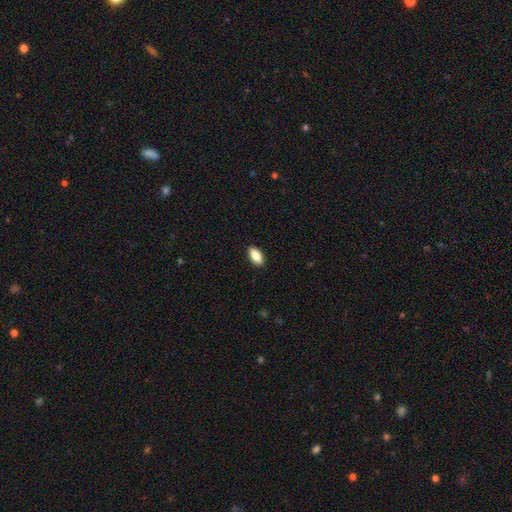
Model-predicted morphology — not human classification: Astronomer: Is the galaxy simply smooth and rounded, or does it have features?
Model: smooth — 82%.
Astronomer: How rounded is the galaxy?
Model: in between — 88%.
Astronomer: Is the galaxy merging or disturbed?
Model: none — 89%.